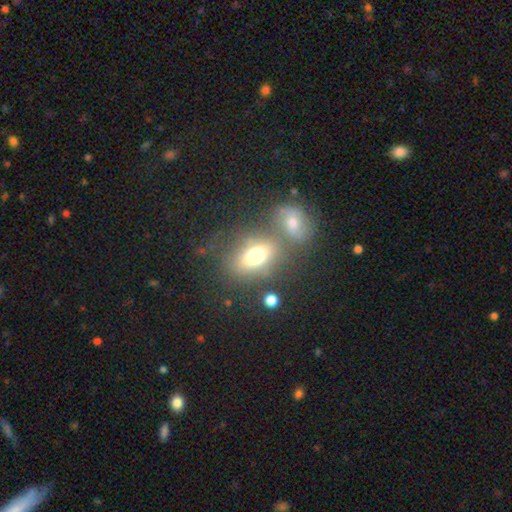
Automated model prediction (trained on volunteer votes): Smooth or featured? Predicted: smooth (p=0.67). How rounded? Predicted: in between (p=0.72). Merging? Predicted: none (p=0.50).